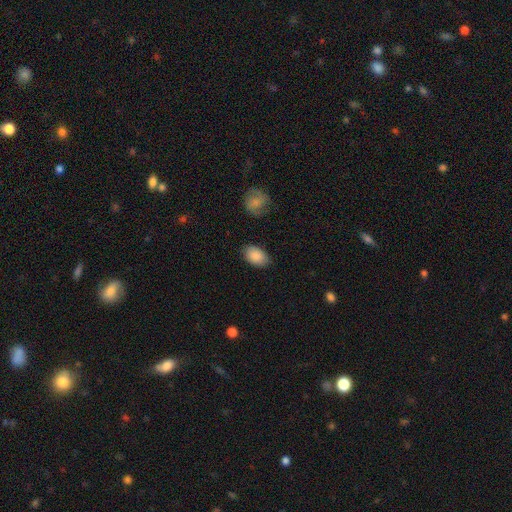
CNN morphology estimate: A smooth galaxy with no disk features (88%) that is in between round and cigar-shaped (89%).

Vote fractions:
- Smooth or featured? smooth: 88% / star or artifact: 7% / featured or disk: 5%
- How rounded? in between: 89% / round: 10% / cigar-shaped: 1%
- Merging? none: 84% / minor disturbance: 12% / major disturbance: 3% / merger: 2%